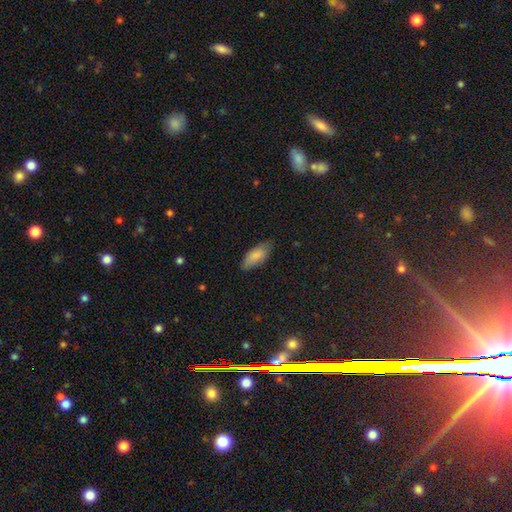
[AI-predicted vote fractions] Morphology: type=smooth (83%); roundness=in between (83%); merging=none (74%).